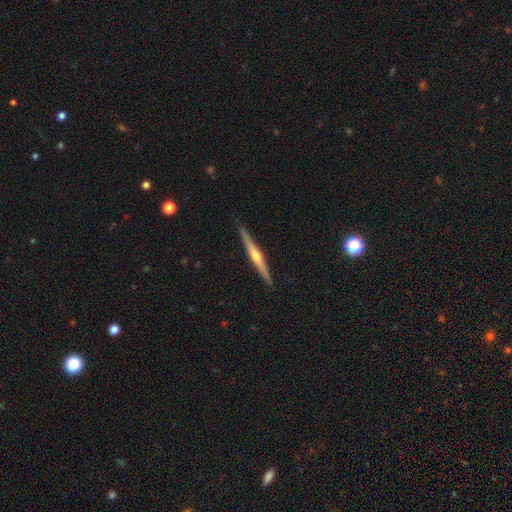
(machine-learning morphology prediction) Smooth or featured?
  - featured or disk: 70% *
  - smooth: 25%
  - star or artifact: 5%
Edge-on disk?
  - yes: 98% *
  - no: 2%
Edge-on bulge?
  - rounded: 83% *
  - none: 12%
  - boxy: 5%
Merging?
  - none: 91% *
  - minor disturbance: 6%
  - major disturbance: 1%
  - merger: 1%